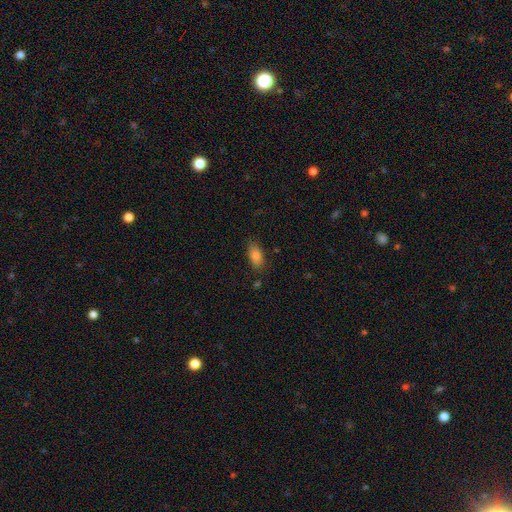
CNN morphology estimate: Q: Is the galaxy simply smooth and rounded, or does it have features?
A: smooth — 84%.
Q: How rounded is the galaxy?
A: in between — 89%.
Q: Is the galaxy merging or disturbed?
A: none — 80%.